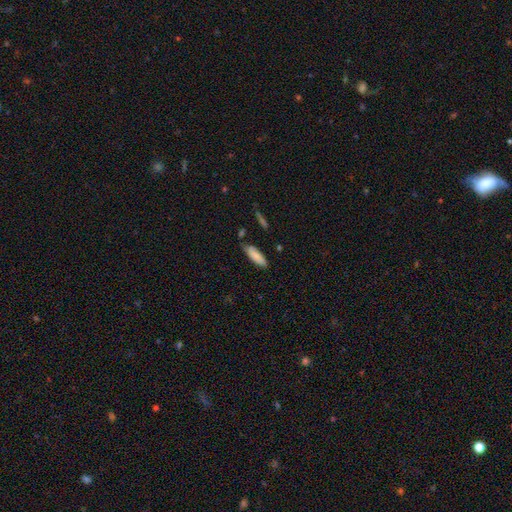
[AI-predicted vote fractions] Morphology: type=smooth (83%); roundness=in between (55%); merging=none (72%).